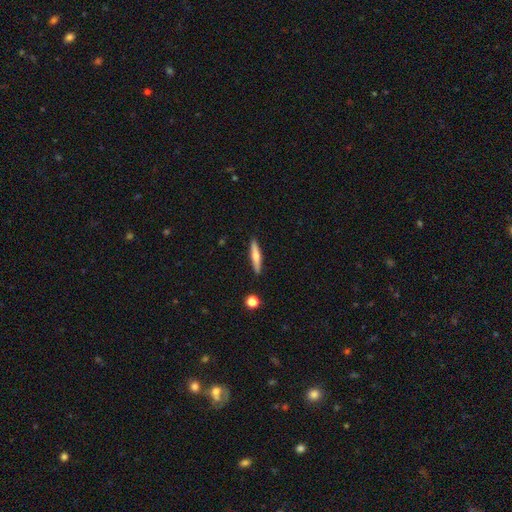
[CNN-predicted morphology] This is possibly a smooth galaxy (52%). How rounded: clearly cigar-shaped (89%). Merging: clearly none (89%).